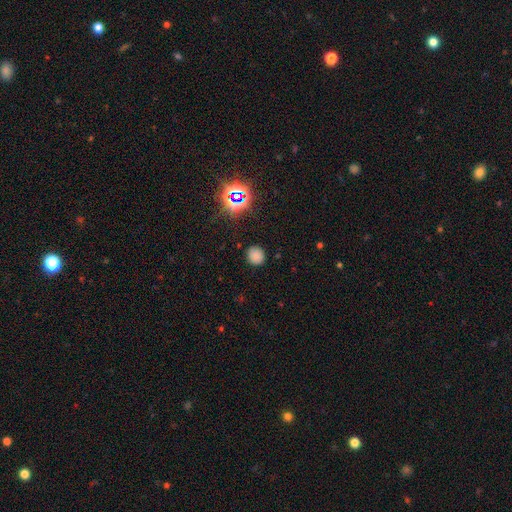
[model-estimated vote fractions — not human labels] Smooth or featured? Predicted: smooth (p=0.76). How rounded? Predicted: round (p=0.89). Merging? Predicted: none (p=0.87).